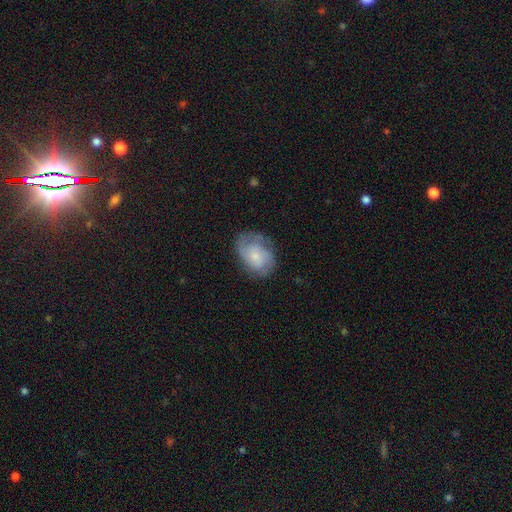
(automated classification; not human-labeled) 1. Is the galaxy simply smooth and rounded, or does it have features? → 56% featured or disk, 37% smooth, 7% star or artifact.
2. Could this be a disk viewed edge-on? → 97% no, 3% yes.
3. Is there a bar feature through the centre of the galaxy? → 74% no, 23% weak, 3% strong.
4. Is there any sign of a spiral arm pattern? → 85% yes, 15% no.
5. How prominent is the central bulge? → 62% small, 26% moderate, 8% none, 3% large, 1% dominant.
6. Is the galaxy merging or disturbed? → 62% none, 24% minor disturbance, 12% major disturbance, 1% merger.